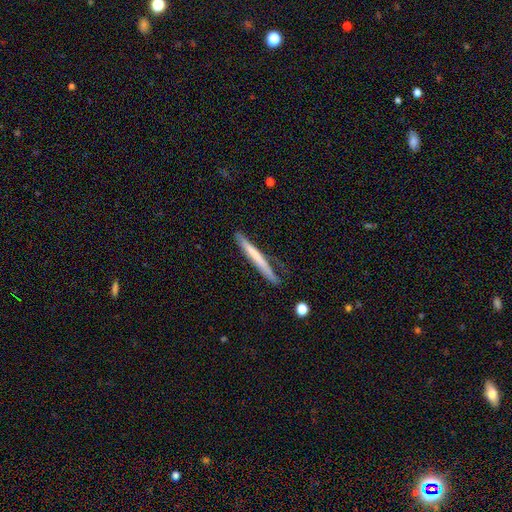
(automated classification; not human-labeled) Smooth or featured? Predicted: smooth (p=0.54). How rounded? Predicted: cigar-shaped (p=0.96). Merging? Predicted: none (p=0.76).